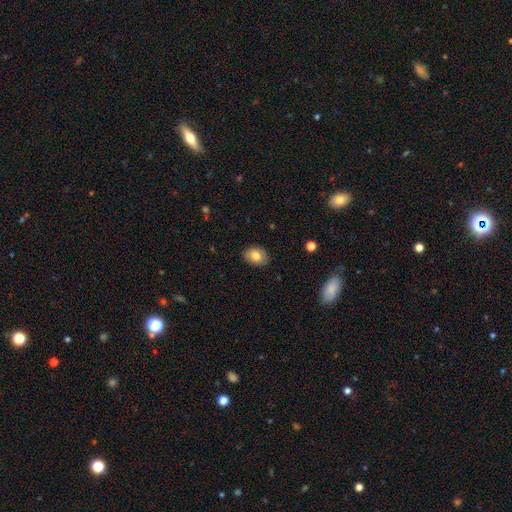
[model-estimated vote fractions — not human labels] Smooth or featured?
  - smooth: 79% *
  - featured or disk: 13%
  - star or artifact: 8%
How rounded?
  - in between: 71% *
  - round: 28%
  - cigar-shaped: 1%
Merging?
  - none: 86% *
  - minor disturbance: 11%
  - major disturbance: 2%
  - merger: 1%